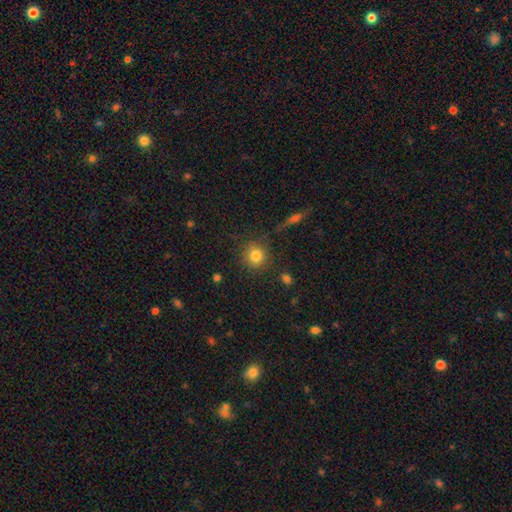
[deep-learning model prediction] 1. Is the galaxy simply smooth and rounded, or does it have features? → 81% smooth, 12% star or artifact, 7% featured or disk.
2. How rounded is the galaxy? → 91% round, 8% in between, 1% cigar-shaped.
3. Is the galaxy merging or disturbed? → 83% none, 9% minor disturbance, 4% major disturbance, 3% merger.